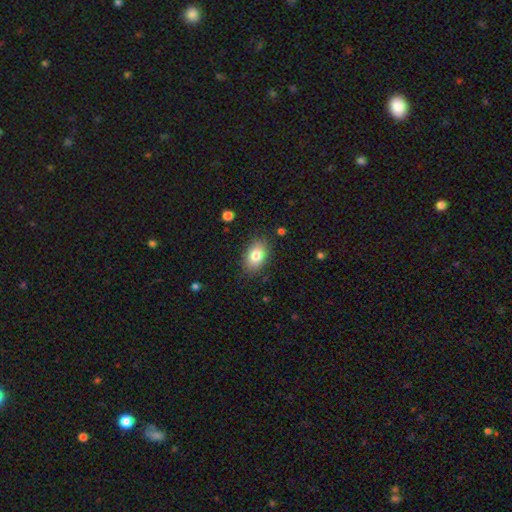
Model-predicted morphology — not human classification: Overall: smooth (81%). How rounded: in between (85%). Merging: none (85%).